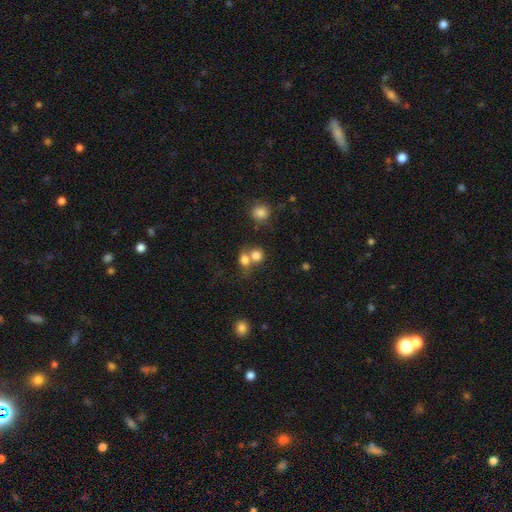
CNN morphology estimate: smooth 78%, star or artifact 12%, featured or disk 10%. Down the decision tree: how rounded — round (76%); merging — merger (52%).